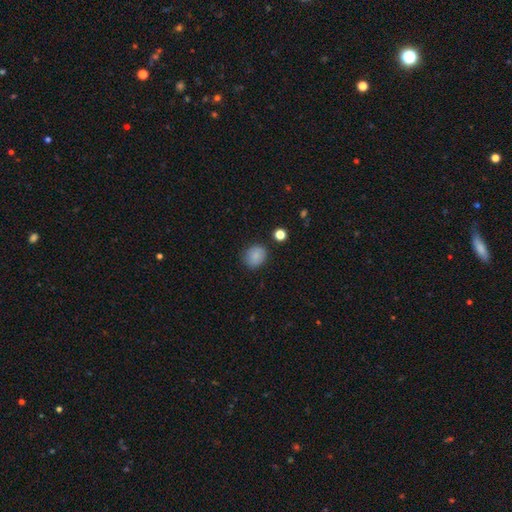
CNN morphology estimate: This is clearly a smooth galaxy (85%). How rounded: likely round (73%). Merging: clearly none (83%).